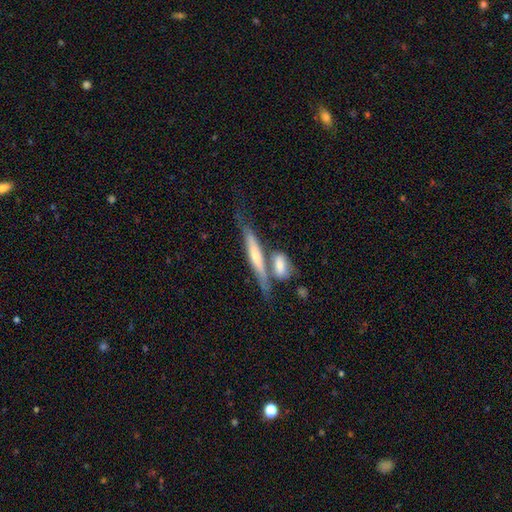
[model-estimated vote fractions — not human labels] smooth_or_featured: featured or disk (p=0.57) [alt: smooth p=0.37]
disk_edge_on: yes (p=0.88) [alt: no p=0.12]
merging: none (p=0.51) [alt: merger p=0.29]